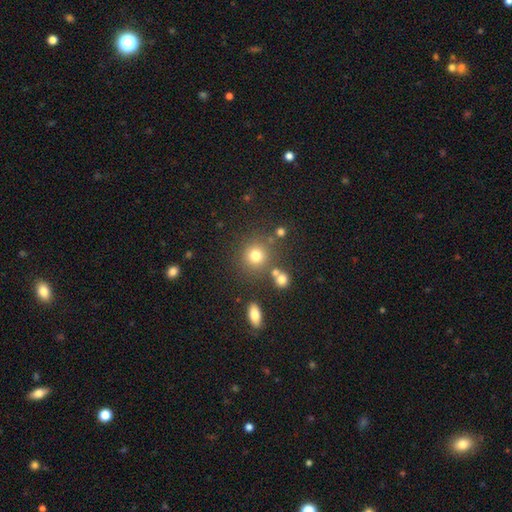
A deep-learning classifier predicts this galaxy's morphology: This is likely a smooth galaxy (78%). How rounded: clearly round (89%). Merging: likely none (77%).